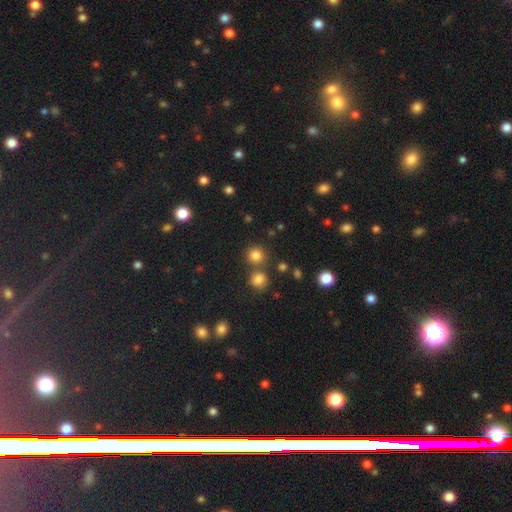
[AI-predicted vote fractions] Morphology: type=smooth (80%); roundness=round (90%); merging=none (70%).